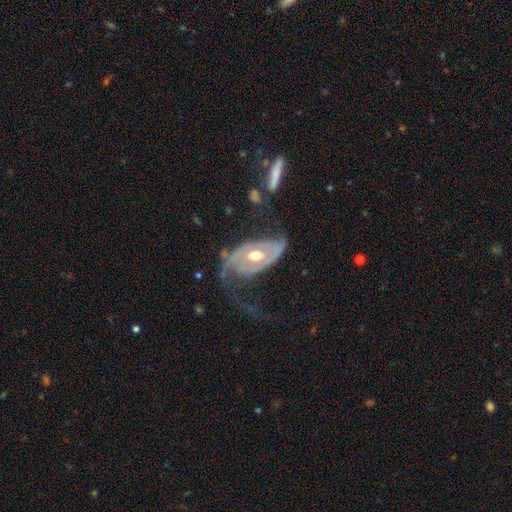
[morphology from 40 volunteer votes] Smooth or featured? 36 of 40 (90%) said featured or disk. Edge-on disk? 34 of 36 (94%) said no. Bar? 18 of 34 (53%) said no. Spiral arms? 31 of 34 (91%) said yes. Spiral winding? 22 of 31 (71%) said loose. Spiral arm count? 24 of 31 (77%) said 2. Bulge size? 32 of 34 (94%) said moderate. Merging? 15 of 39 (38%) said major disturbance.